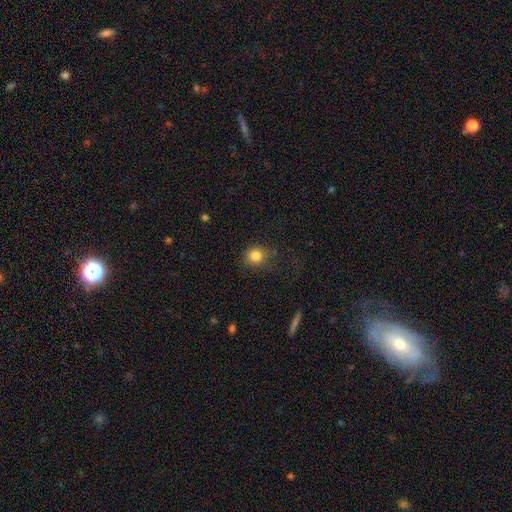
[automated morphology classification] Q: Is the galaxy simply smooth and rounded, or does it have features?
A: smooth — 82%.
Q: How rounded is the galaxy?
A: round — 83%.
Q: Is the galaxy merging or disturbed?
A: none — 77%.